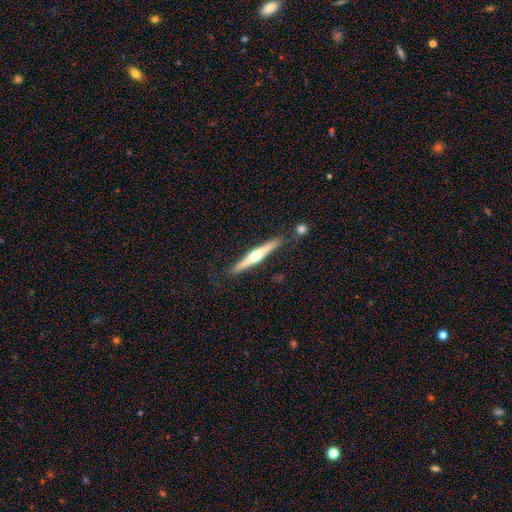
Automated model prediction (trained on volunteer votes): A featured or disk galaxy (70%) viewed edge-on (97%) with a rounded central bulge (93%). Merging: none (81%).